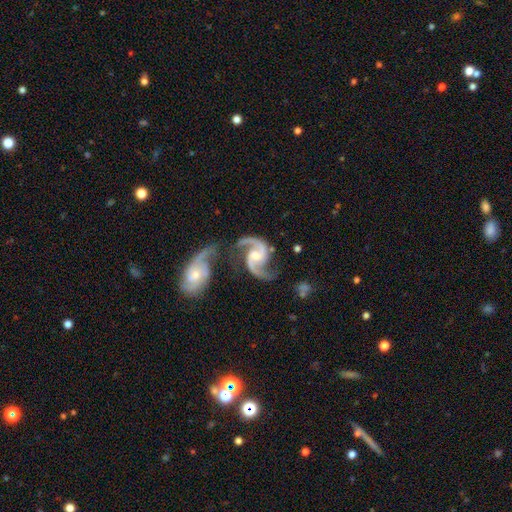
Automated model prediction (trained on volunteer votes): The model was most divided on "bar": weak: 45%, no: 40%, strong: 15%. Remaining: spiral arms — yes (98%); edge-on disk — no (98%); spiral arm count — 2 (94%); smooth or featured — featured or disk (94%); bulge size — moderate (53%); spiral winding — medium (52%); merging — none (46%).